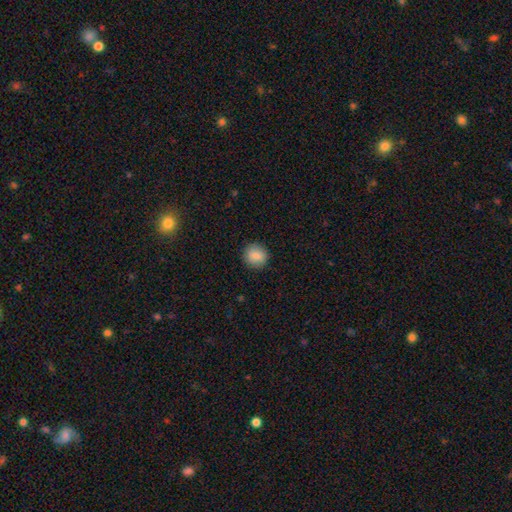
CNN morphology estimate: This appears to be a smooth galaxy with no disk features (87%) that is round (90%). Merging: none (90%).